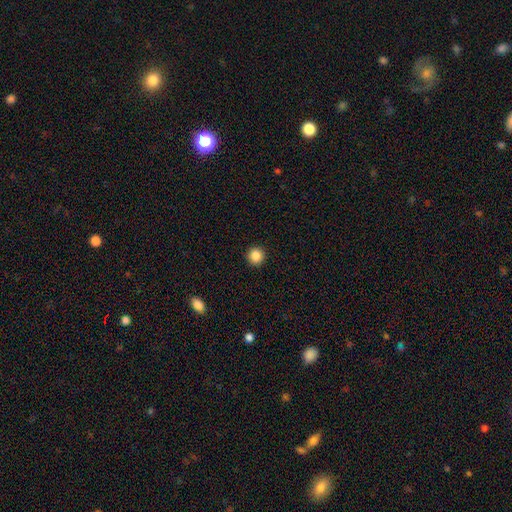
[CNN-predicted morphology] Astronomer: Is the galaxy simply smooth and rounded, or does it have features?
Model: smooth — 86%.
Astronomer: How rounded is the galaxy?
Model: round — 95%.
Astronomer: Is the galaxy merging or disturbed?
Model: none — 93%.